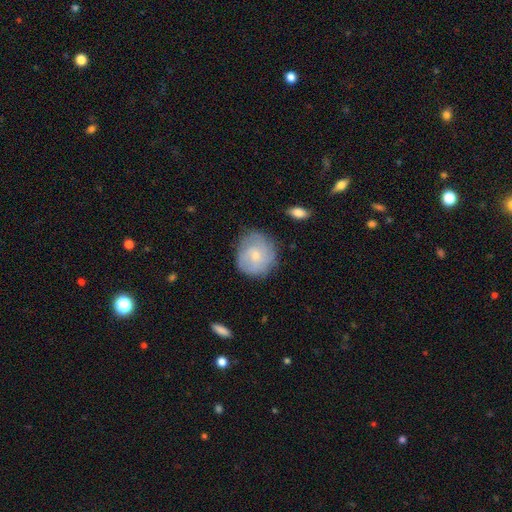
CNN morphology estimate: The model was most divided on "smooth or featured": featured or disk: 52%, smooth: 40%, star or artifact: 8%. More confident: edge-on disk — no (97%); spiral arms — yes (81%); bar — no (75%); merging — none (75%); bulge size — small (67%).